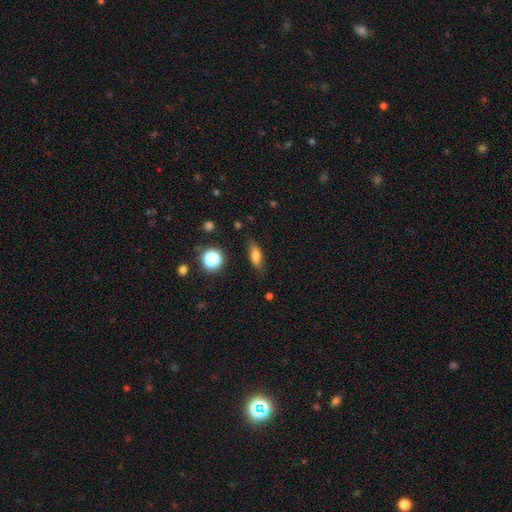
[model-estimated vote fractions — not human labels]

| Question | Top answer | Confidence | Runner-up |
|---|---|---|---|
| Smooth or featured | smooth | 72% | featured or disk (16%) |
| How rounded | in between | 62% | cigar-shaped (31%) |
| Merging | none | 81% | minor disturbance (14%) |